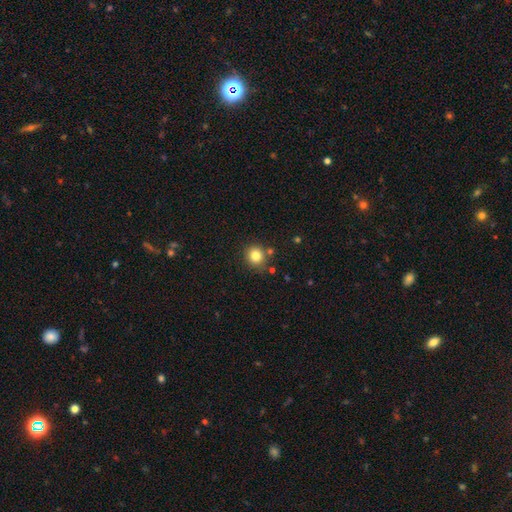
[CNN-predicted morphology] Smooth or featured? smooth (82%)
How rounded? round (85%)
Merging? none (78%)